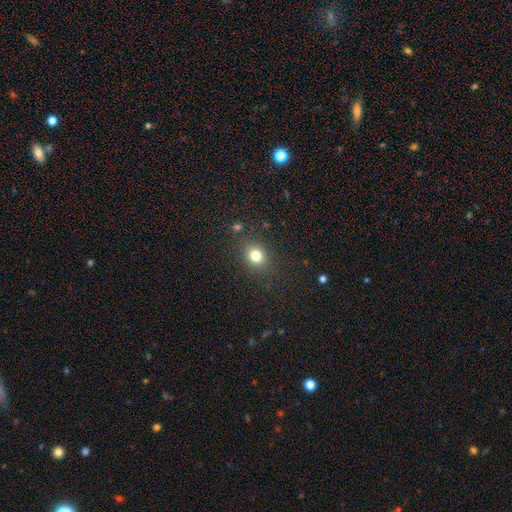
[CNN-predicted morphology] Smooth or featured?
  - smooth: 80% *
  - star or artifact: 14%
  - featured or disk: 7%
How rounded?
  - round: 67% *
  - in between: 32%
  - cigar-shaped: 1%
Merging?
  - none: 85% *
  - minor disturbance: 9%
  - major disturbance: 3%
  - merger: 2%